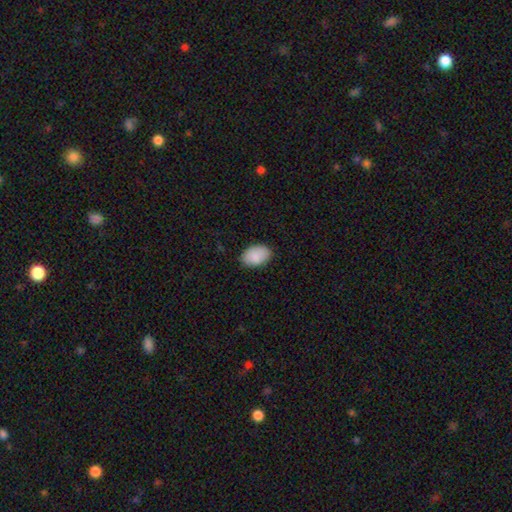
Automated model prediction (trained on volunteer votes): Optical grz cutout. It shows a smooth galaxy with no disk features (89%) that is in between round and cigar-shaped (88%). Merging: none (85%).